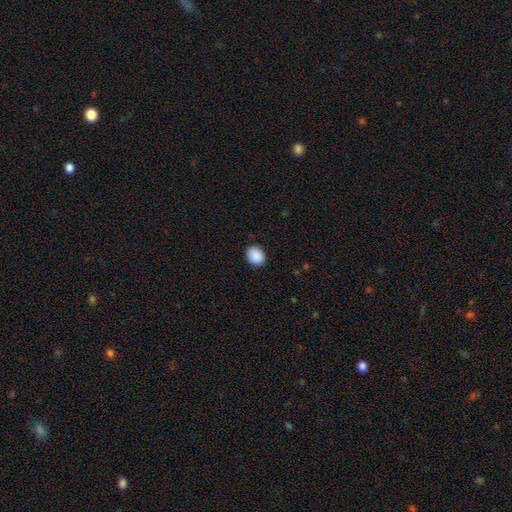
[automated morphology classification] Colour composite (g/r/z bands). It shows a smooth galaxy with no disk features (90%) that is in between round and cigar-shaped (53%). Merging: none (88%).